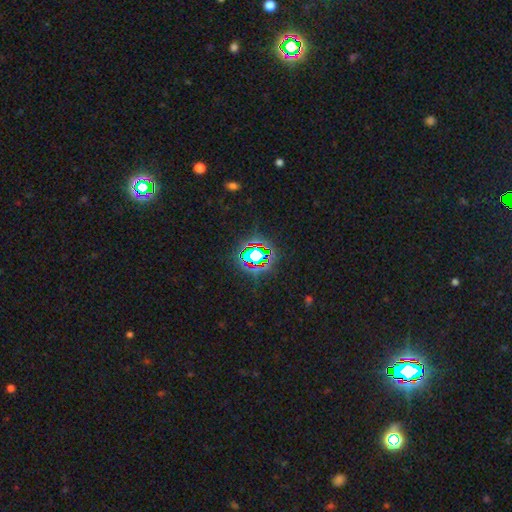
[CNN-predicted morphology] star or artifact 73%, smooth 15%, featured or disk 11%.